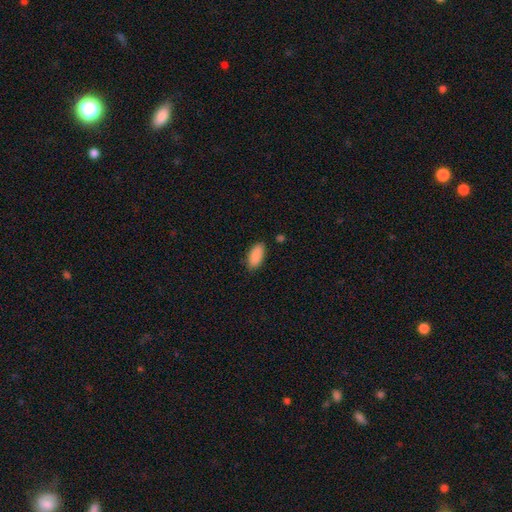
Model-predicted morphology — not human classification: type=smooth (89%); roundness=in between (92%); merging=none (82%).